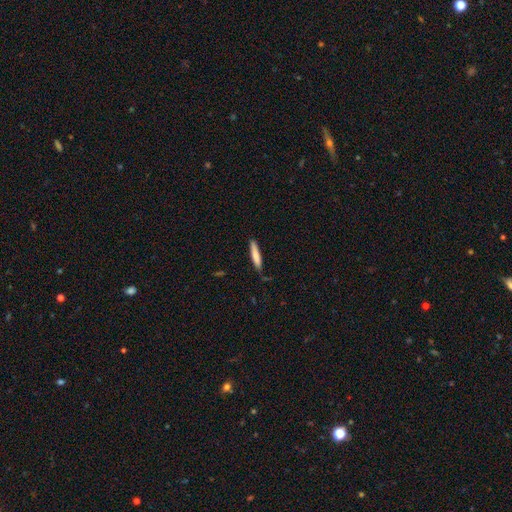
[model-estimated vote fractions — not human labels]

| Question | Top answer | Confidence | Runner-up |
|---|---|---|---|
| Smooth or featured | smooth | 78% | featured or disk (17%) |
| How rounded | cigar-shaped | 91% | in between (8%) |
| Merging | none | 81% | minor disturbance (15%) |